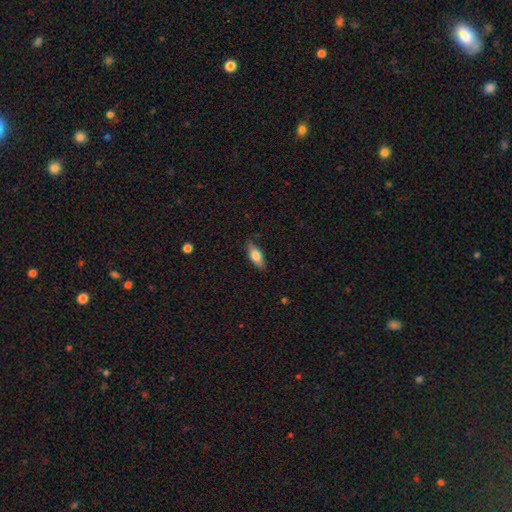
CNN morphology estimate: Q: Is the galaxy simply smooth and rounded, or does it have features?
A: smooth — 72%.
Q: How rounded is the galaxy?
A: in between — 76%.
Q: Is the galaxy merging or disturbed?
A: none — 81%.